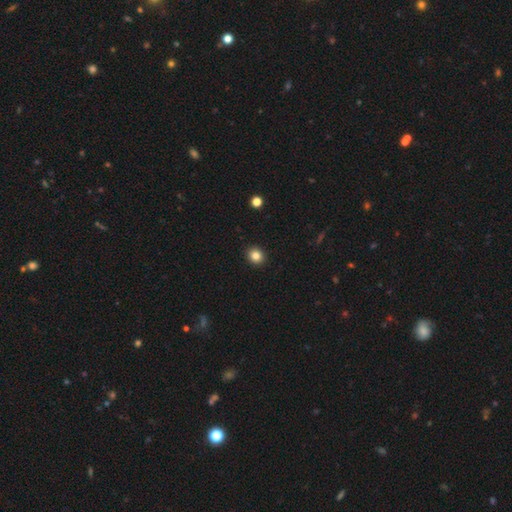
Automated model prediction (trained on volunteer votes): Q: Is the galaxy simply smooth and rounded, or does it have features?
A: smooth — 84%.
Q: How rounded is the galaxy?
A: round — 81%.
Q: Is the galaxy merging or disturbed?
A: none — 93%.